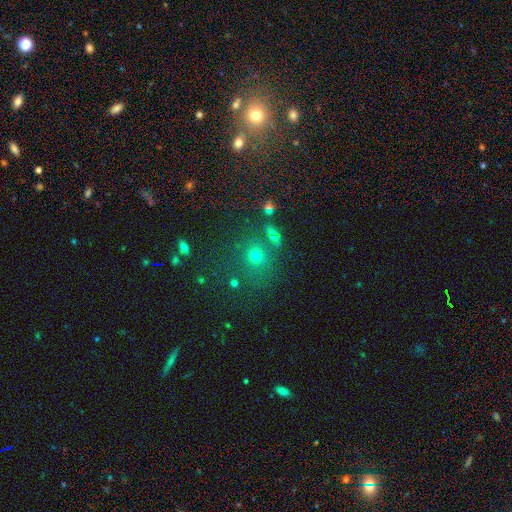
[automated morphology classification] Q: Smooth or featured?
A: smooth (64%); runner-up: star or artifact (25%)
Q: How rounded?
A: round (83%); runner-up: in between (15%)
Q: Merging?
A: none (70%); runner-up: merger (13%)